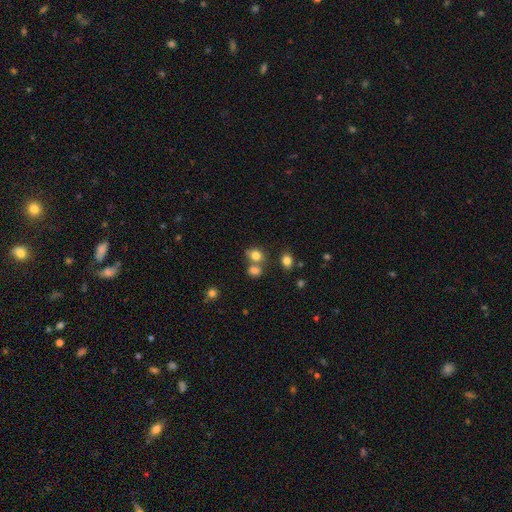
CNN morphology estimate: smooth 78%, star or artifact 13%, featured or disk 9%. Down the decision tree: how rounded — round (56%); merging — none (50%).